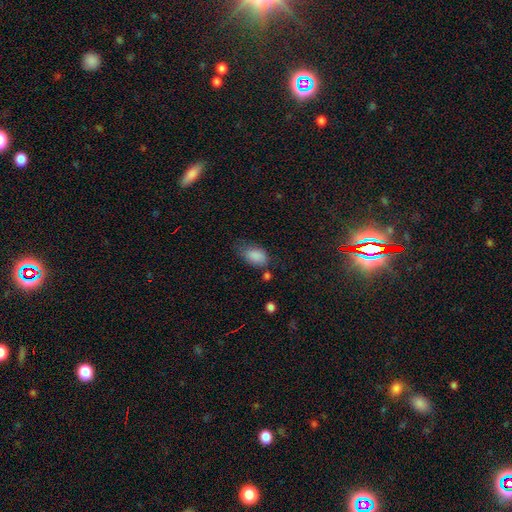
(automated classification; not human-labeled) Smooth or featured? Predicted: smooth (p=0.86). How rounded? Predicted: in between (p=0.89). Merging? Predicted: none (p=0.48).